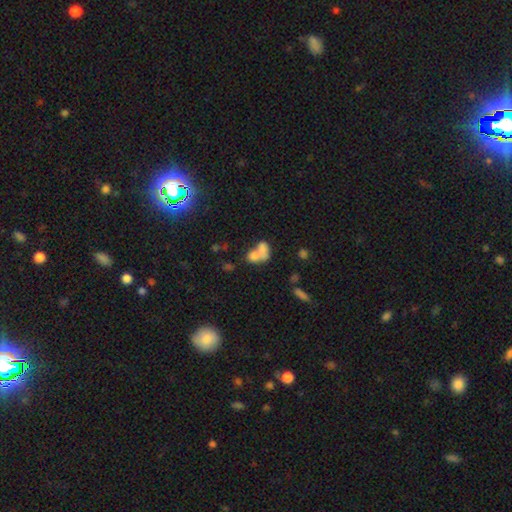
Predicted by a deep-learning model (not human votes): This is likely a smooth galaxy (68%). How rounded: likely in between (71%). Merging: likely merger (66%).